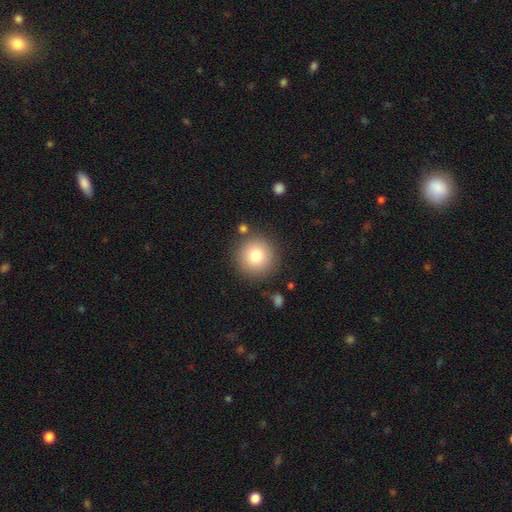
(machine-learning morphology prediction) This appears to be a smooth galaxy with no disk features (80%) that is round (95%). Merging: none (86%).